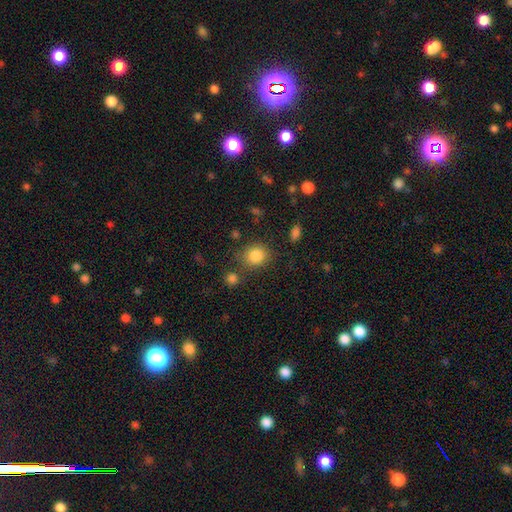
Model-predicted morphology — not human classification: This is clearly a smooth galaxy (85%). How rounded: likely round (75%). Merging: likely none (75%).